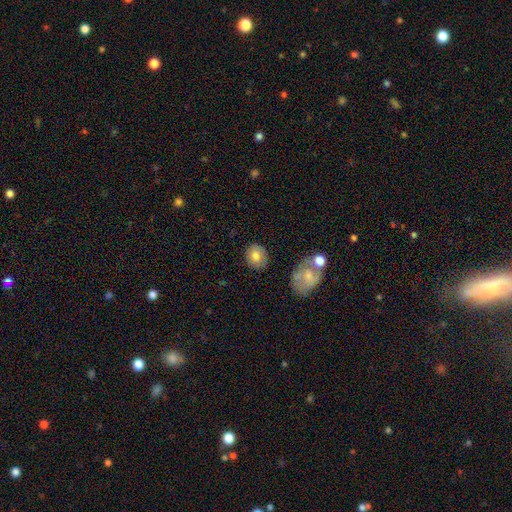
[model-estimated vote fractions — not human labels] Q: Smooth or featured?
A: smooth (78%); runner-up: featured or disk (14%)
Q: How rounded?
A: round (73%); runner-up: in between (26%)
Q: Merging?
A: none (84%); runner-up: minor disturbance (10%)